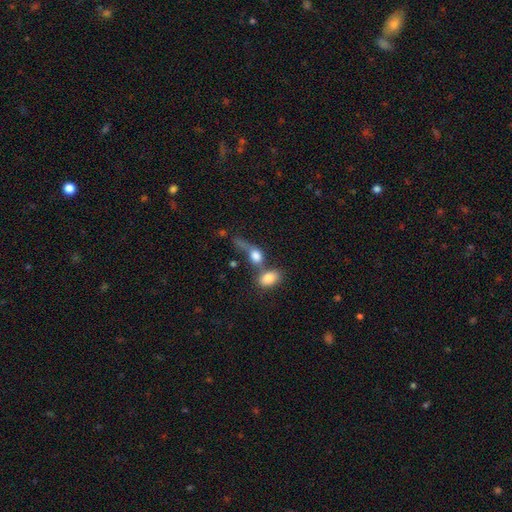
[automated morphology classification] smooth-or-featured: smooth: 74% | featured or disk: 16% | star or artifact: 10%
  how-rounded: in between: 59% | round: 30% | cigar-shaped: 11%
  merging: merger: 50% | none: 24% | major disturbance: 14% | minor disturbance: 12%